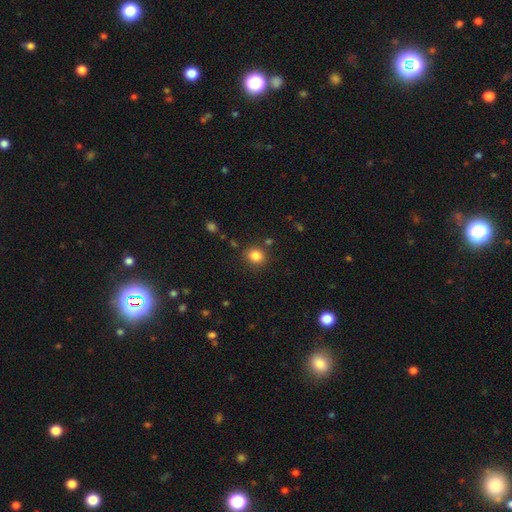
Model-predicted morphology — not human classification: type=smooth (83%); roundness=round (79%); merging=none (84%).